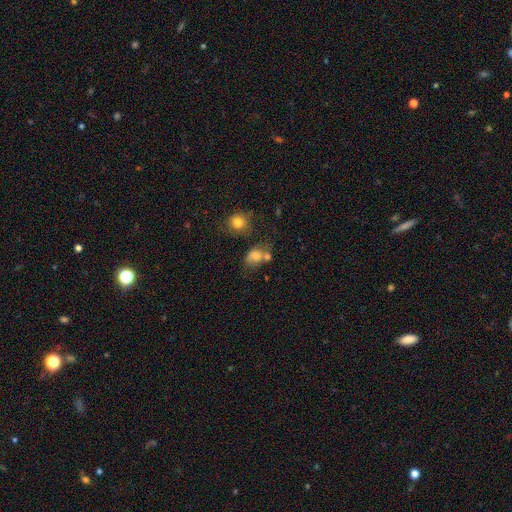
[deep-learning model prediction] smooth_or_featured: smooth (p=0.67) [alt: featured or disk p=0.19]
how_rounded: in between (p=0.53) [alt: round p=0.46]
merging: none (p=0.37) [alt: merger p=0.34]